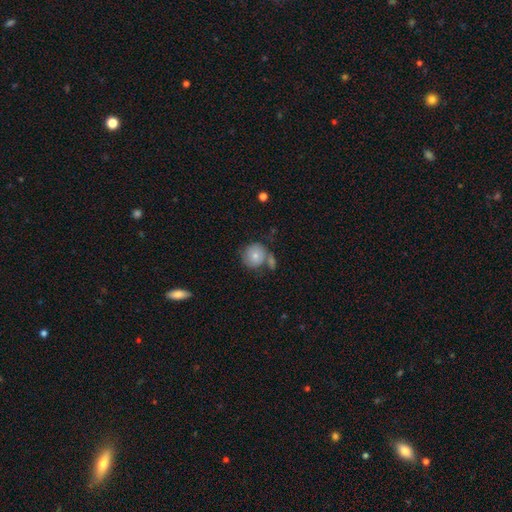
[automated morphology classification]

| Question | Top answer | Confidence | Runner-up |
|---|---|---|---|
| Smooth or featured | smooth | 71% | featured or disk (21%) |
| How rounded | round | 88% | in between (11%) |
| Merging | none | 53% | merger (24%) |